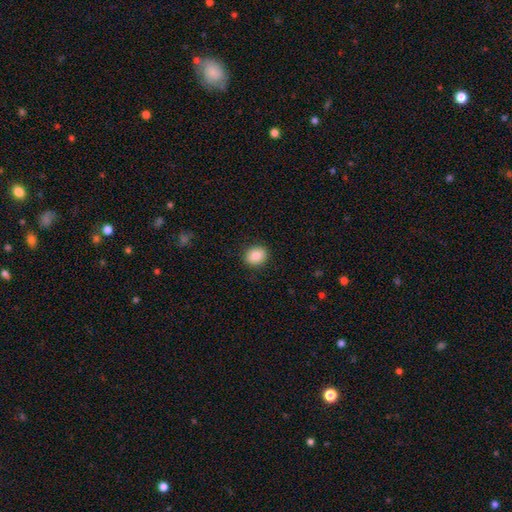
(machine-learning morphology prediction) A smooth galaxy with no disk features (85%) that is round (69%).

Vote fractions:
- Smooth or featured? smooth: 85% / star or artifact: 8% / featured or disk: 7%
- How rounded? round: 69% / in between: 30% / cigar-shaped: 1%
- Merging? none: 90% / minor disturbance: 7% / major disturbance: 2% / merger: 1%